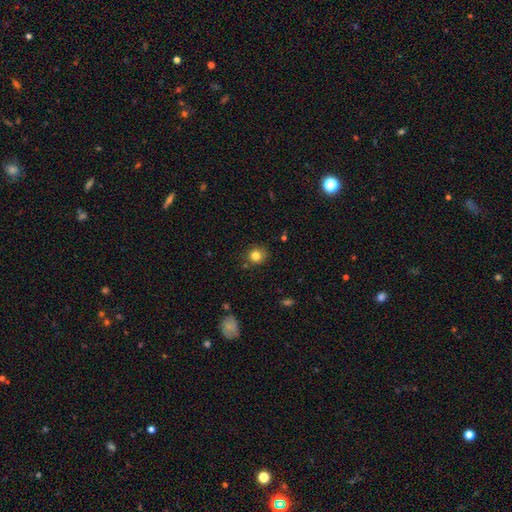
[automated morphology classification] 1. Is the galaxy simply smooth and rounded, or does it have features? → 82% smooth, 12% star or artifact, 6% featured or disk.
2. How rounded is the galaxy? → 87% round, 12% in between, 1% cigar-shaped.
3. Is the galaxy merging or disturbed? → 84% none, 12% minor disturbance, 3% major disturbance, 2% merger.